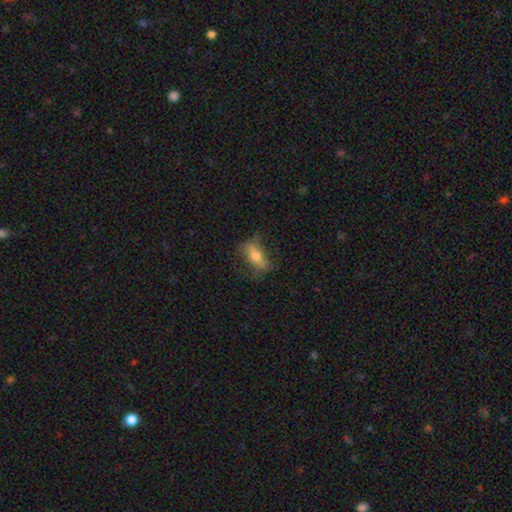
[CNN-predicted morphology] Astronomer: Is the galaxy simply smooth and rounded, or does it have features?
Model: smooth — 51% (runner-up: featured or disk, 40%).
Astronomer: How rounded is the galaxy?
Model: in between — 68%.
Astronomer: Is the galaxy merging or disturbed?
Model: none — 70%.